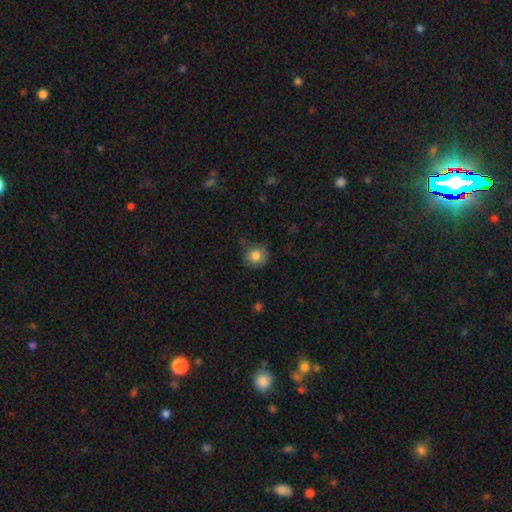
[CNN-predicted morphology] smooth 81%, featured or disk 10%, star or artifact 9%. Down the decision tree: how rounded — round (86%); merging — none (74%).